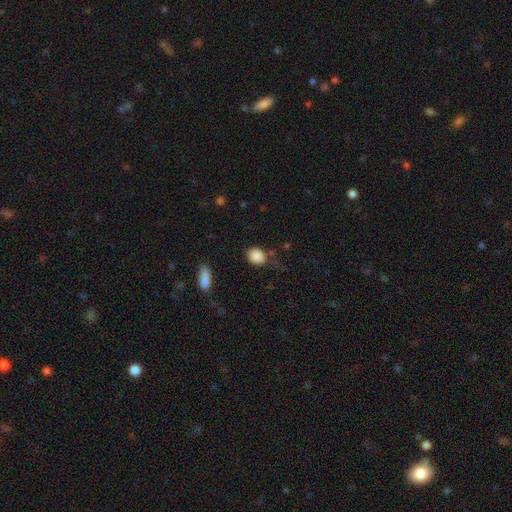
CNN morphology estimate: A smooth galaxy with no disk features (88%) that is in between round and cigar-shaped (52%). Merging: none (74%).